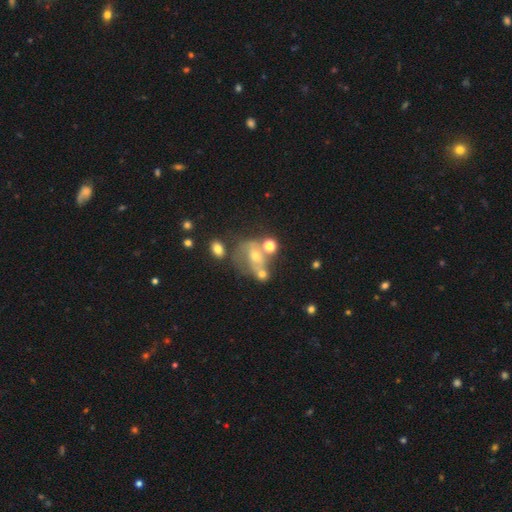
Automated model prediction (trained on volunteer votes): Q: Smooth or featured?
A: featured or disk (49%); runner-up: smooth (31%)
Q: Merging?
A: none (34%); runner-up: merger (30%)